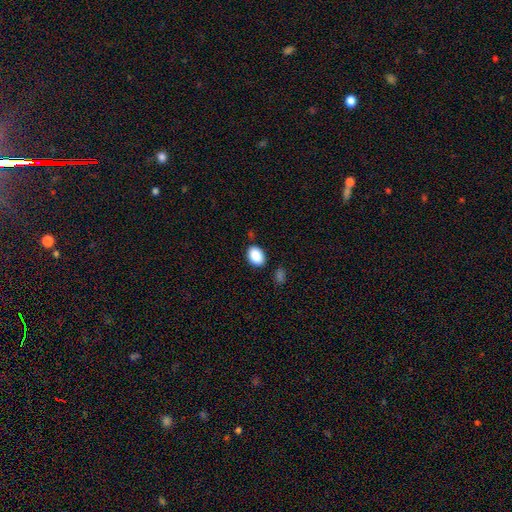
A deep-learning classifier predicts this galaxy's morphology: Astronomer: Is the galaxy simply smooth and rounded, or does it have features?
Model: smooth — 89%.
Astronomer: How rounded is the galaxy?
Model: in between — 80%.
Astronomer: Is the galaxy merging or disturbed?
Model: none — 82%.